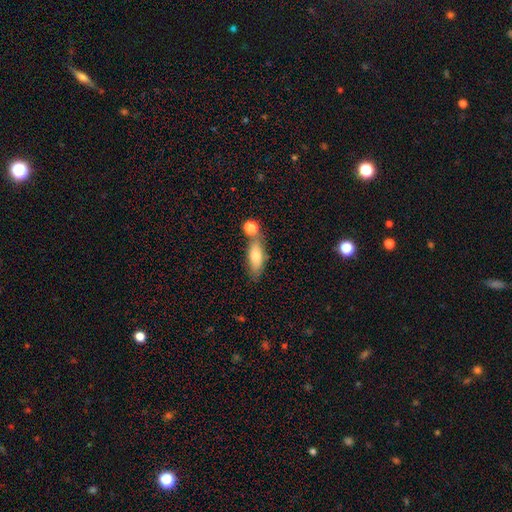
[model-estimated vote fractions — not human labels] Smooth or featured? smooth (68%)
How rounded? in between (63%)
Merging? none (62%)